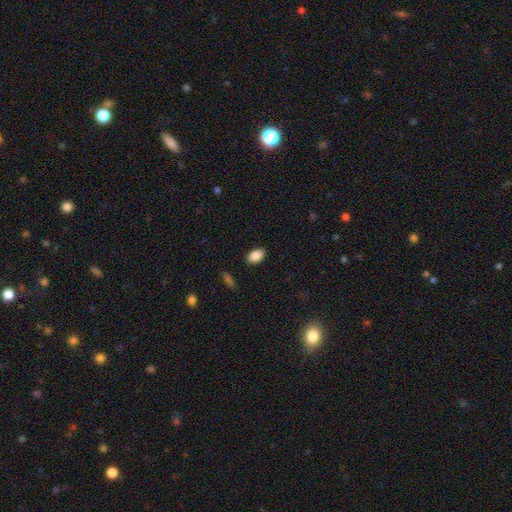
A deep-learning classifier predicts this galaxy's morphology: A smooth galaxy with no disk features (88%) that is in between round and cigar-shaped (89%). Merging: none (88%).